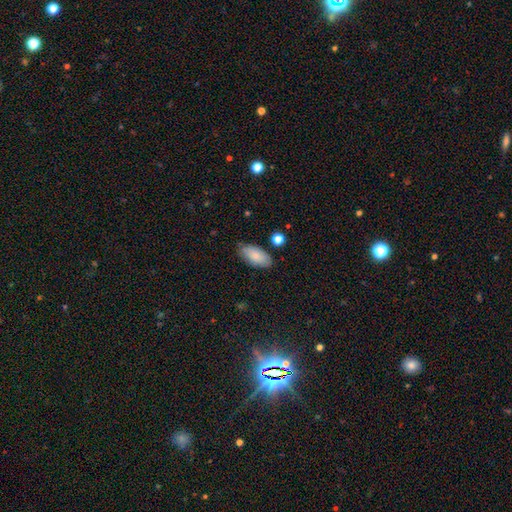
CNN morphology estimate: Smooth or featured? smooth (83%)
How rounded? in between (92%)
Merging? none (79%)